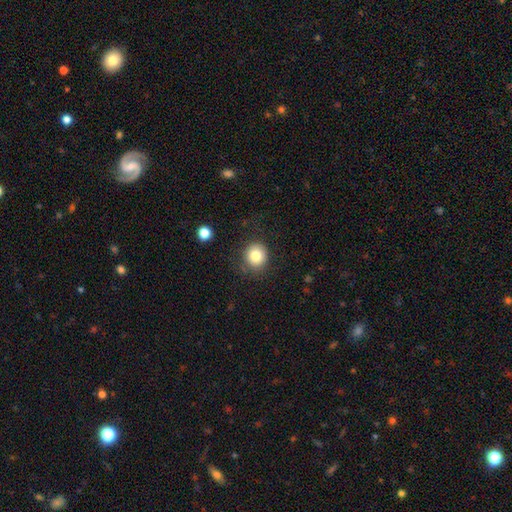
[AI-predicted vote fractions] Morphology: type=smooth (81%); roundness=round (86%); merging=none (82%).